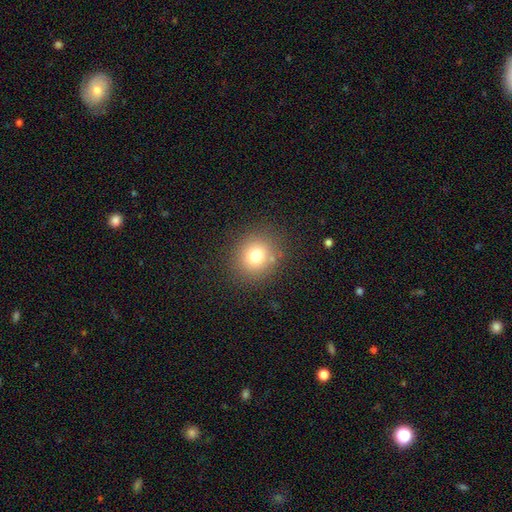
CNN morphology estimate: type=smooth (76%); roundness=round (83%); merging=none (84%).